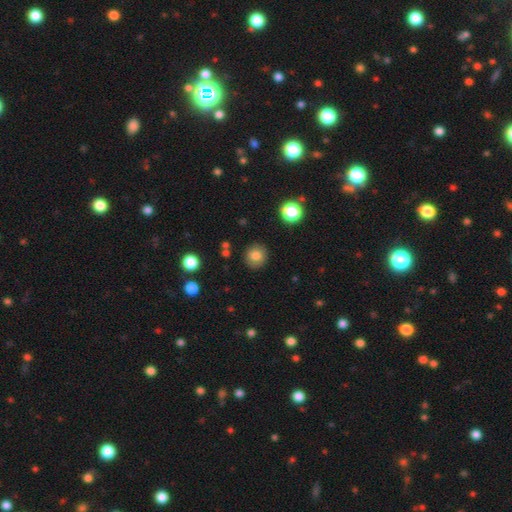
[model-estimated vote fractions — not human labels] Smooth or featured? Predicted: smooth (p=0.80). How rounded? Predicted: round (p=0.86). Merging? Predicted: none (p=0.88).